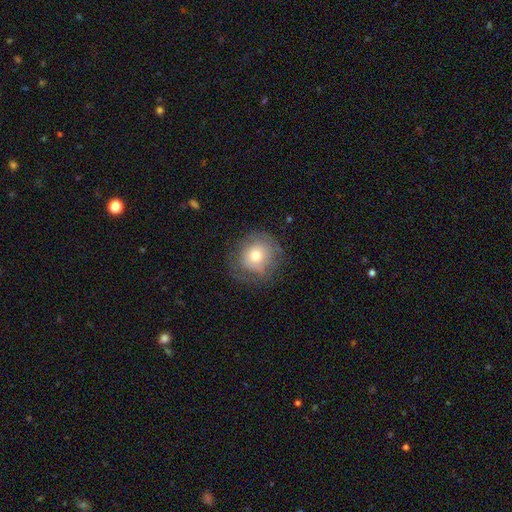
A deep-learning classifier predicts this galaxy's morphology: smooth_or_featured: smooth (p=0.63) [alt: featured or disk p=0.28]
how_rounded: round (p=0.88) [alt: in between p=0.11]
merging: none (p=0.70) [alt: minor disturbance p=0.19]